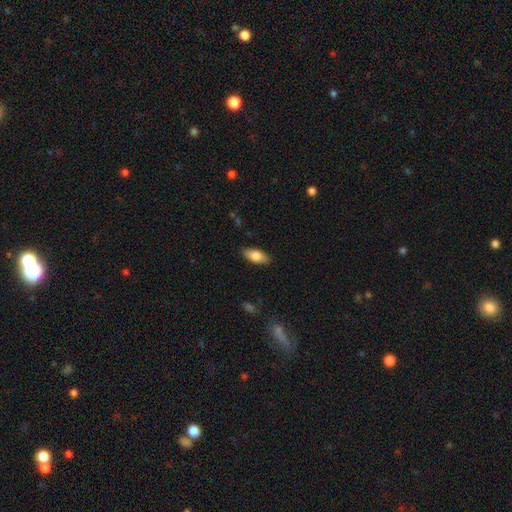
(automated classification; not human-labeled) Morphology: type=smooth (79%); roundness=in between (86%); merging=none (87%).